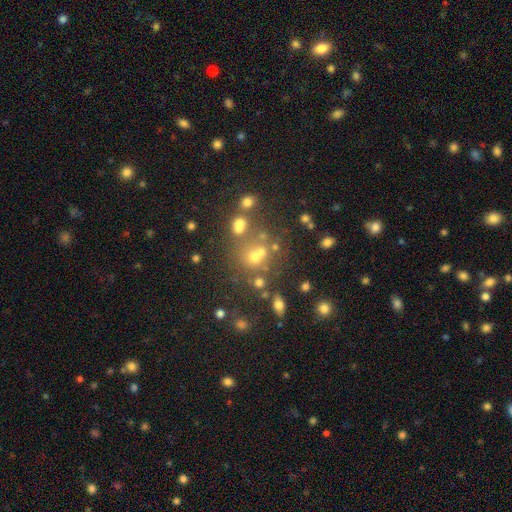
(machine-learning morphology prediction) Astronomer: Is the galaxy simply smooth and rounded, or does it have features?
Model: smooth — 54% (runner-up: star or artifact, 29%).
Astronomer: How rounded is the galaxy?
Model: round — 79%.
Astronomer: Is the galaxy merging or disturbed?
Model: none — 54%.